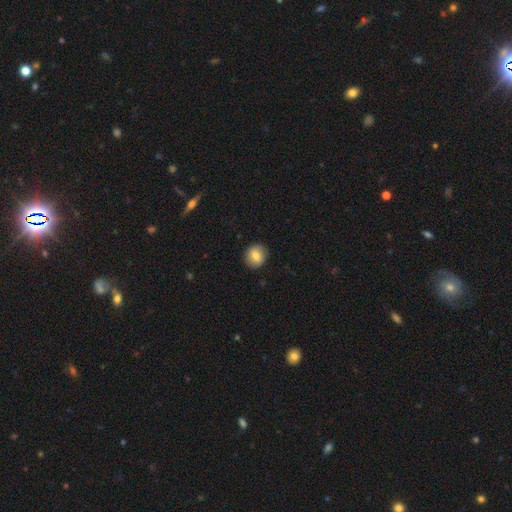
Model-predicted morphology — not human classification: smooth-or-featured: smooth: 78% | featured or disk: 14% | star or artifact: 9%
  how-rounded: round: 84% | in between: 15% | cigar-shaped: 1%
  merging: none: 89% | minor disturbance: 8% | major disturbance: 2% | merger: 1%